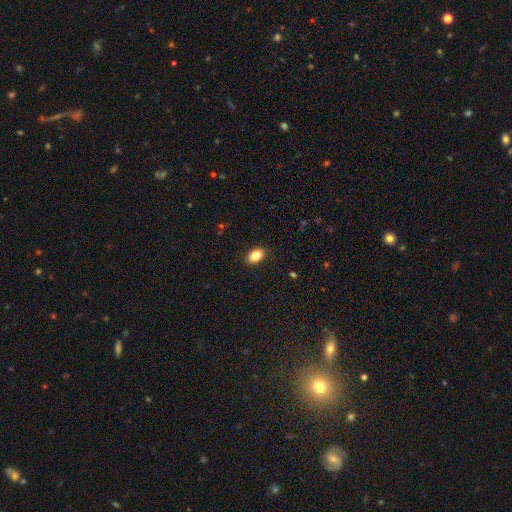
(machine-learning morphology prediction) Q: Smooth or featured?
A: smooth (85%); runner-up: star or artifact (8%)
Q: How rounded?
A: in between (88%); runner-up: round (10%)
Q: Merging?
A: none (89%); runner-up: minor disturbance (9%)